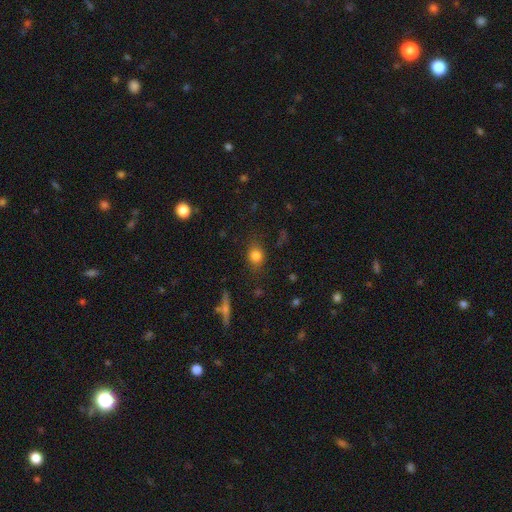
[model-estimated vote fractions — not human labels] Smooth or featured?
  - smooth: 80% *
  - star or artifact: 11%
  - featured or disk: 8%
How rounded?
  - round: 55% *
  - in between: 43%
  - cigar-shaped: 2%
Merging?
  - none: 77% *
  - minor disturbance: 16%
  - major disturbance: 5%
  - merger: 2%